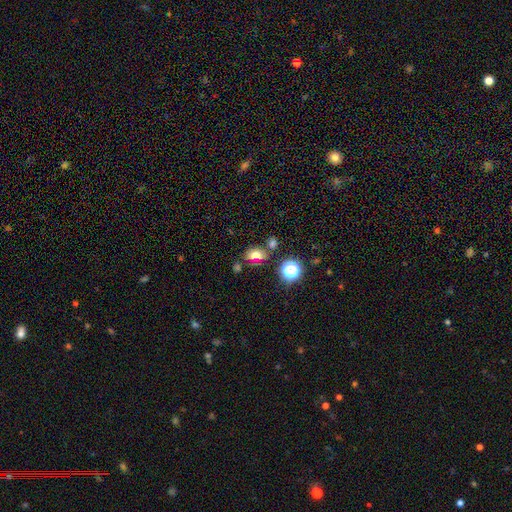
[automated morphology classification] This appears to be a smooth galaxy with no disk features (68%) that is in between round and cigar-shaped (73%). Merging: none (68%).